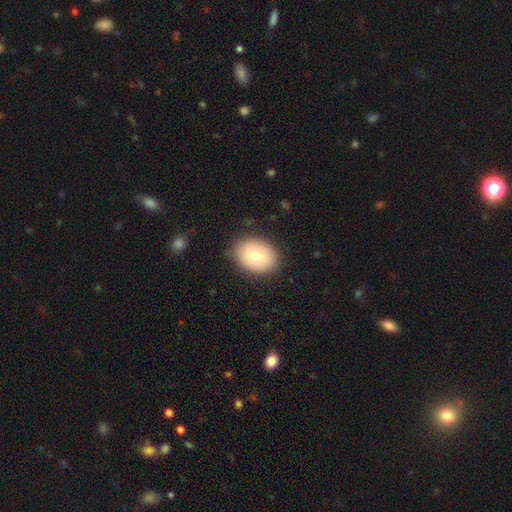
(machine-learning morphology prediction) The model was most divided on "how rounded": in between: 63%, round: 36%, cigar-shaped: 1%. More confident: merging — none (84%); smooth or featured — smooth (72%).